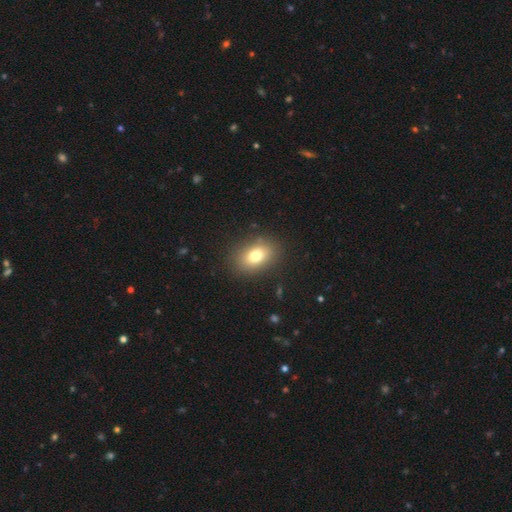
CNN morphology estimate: Overall: smooth (77%). How rounded: in between (76%). Merging: none (86%).